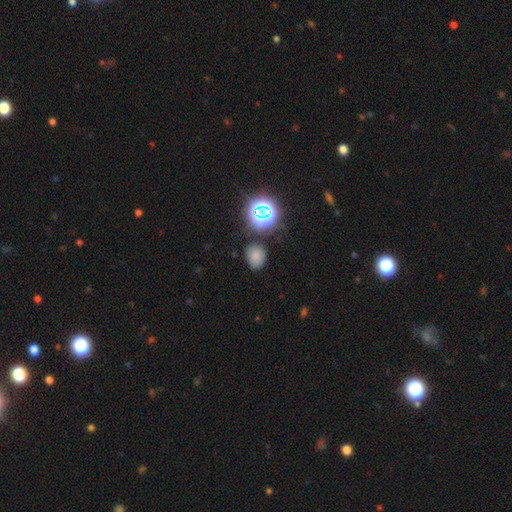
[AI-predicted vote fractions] smooth-or-featured: smooth: 69% | star or artifact: 24% | featured or disk: 7%
  how-rounded: round: 52% | in between: 47% | cigar-shaped: 1%
  merging: none: 75% | minor disturbance: 16% | merger: 5% | major disturbance: 5%